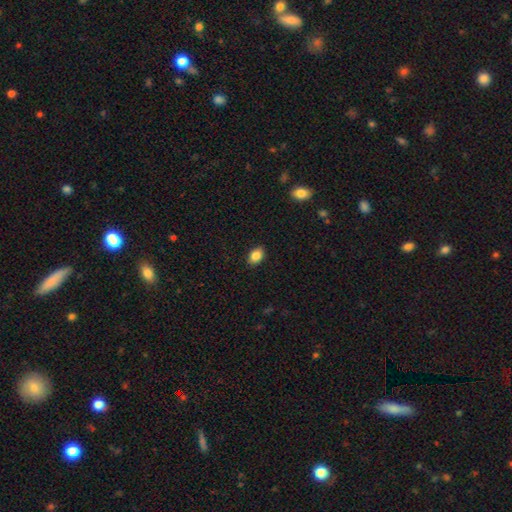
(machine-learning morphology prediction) smooth_or_featured: smooth (p=0.86) [alt: star or artifact p=0.08]
how_rounded: in between (p=0.84) [alt: round p=0.15]
merging: none (p=0.89) [alt: minor disturbance p=0.08]